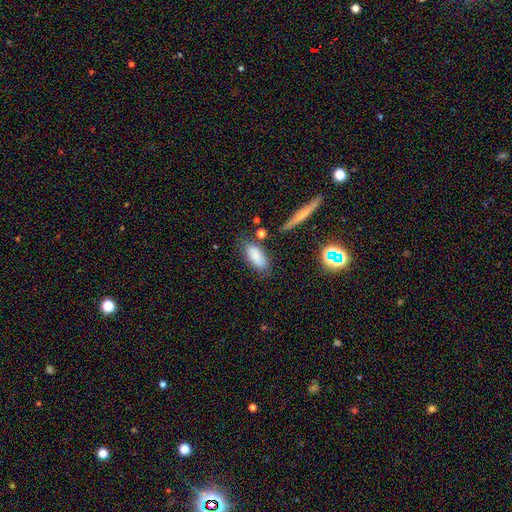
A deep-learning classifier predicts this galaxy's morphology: Q: Smooth or featured?
A: smooth (83%); runner-up: featured or disk (9%)
Q: How rounded?
A: in between (83%); runner-up: cigar-shaped (15%)
Q: Merging?
A: none (69%); runner-up: minor disturbance (18%)